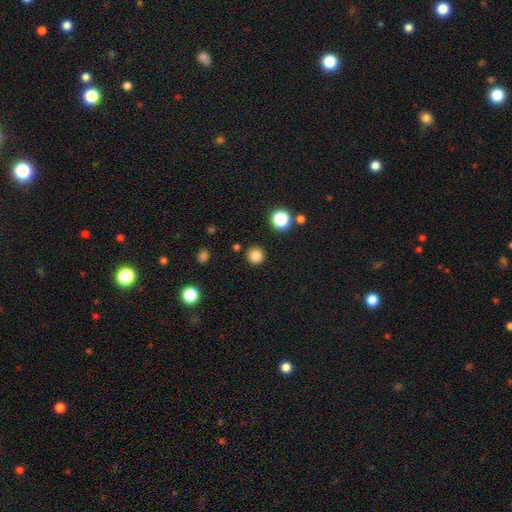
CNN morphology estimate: The model was most divided on "smooth or featured": smooth: 83%, star or artifact: 14%, featured or disk: 3%. More confident: how rounded — round (95%); merging — none (89%).